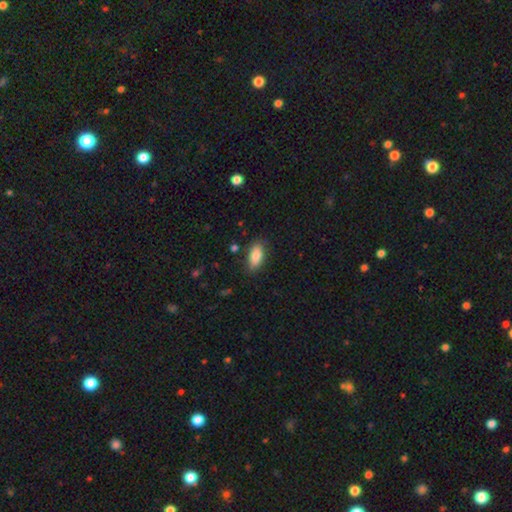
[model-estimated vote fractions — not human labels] Q: Smooth or featured?
A: smooth (85%); runner-up: featured or disk (8%)
Q: How rounded?
A: in between (87%); runner-up: cigar-shaped (11%)
Q: Merging?
A: none (81%); runner-up: minor disturbance (14%)